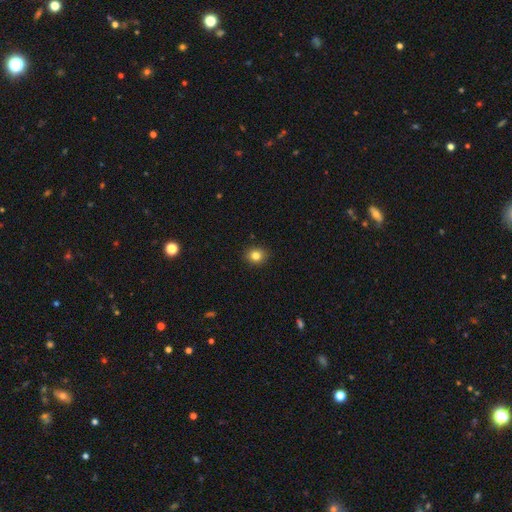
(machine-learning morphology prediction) smooth-or-featured: smooth: 82% | star or artifact: 11% | featured or disk: 7%
  how-rounded: round: 73% | in between: 26% | cigar-shaped: 1%
  merging: none: 91% | minor disturbance: 7% | major disturbance: 2% | merger: 1%